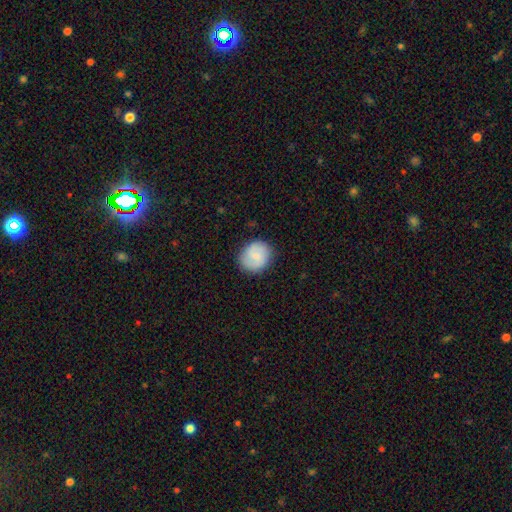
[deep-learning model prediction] Overall: smooth (70%). How rounded: round (77%). Merging: none (84%).